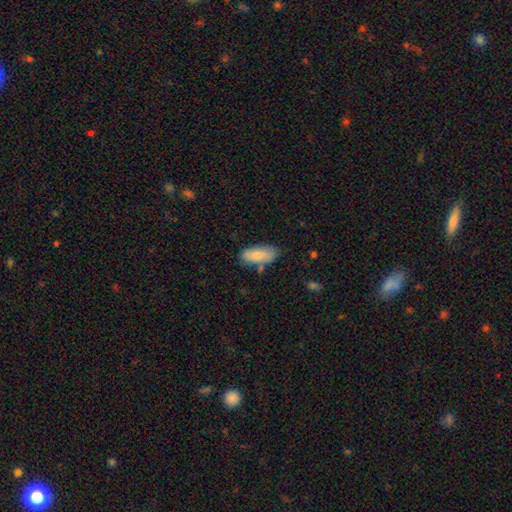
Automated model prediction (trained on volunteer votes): Smooth or featured?
  - smooth: 79% *
  - featured or disk: 14%
  - star or artifact: 6%
How rounded?
  - in between: 82% *
  - cigar-shaped: 16%
  - round: 2%
Merging?
  - none: 76% *
  - minor disturbance: 16%
  - merger: 5%
  - major disturbance: 3%